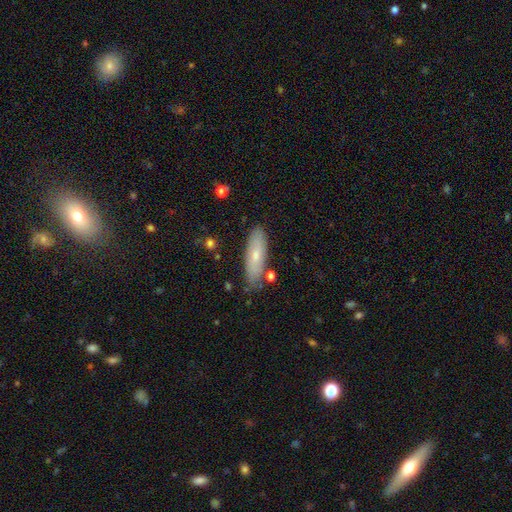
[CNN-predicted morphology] Smooth or featured? Predicted: smooth (p=0.65). How rounded? Predicted: in between (p=0.55). Merging? Predicted: none (p=0.80).